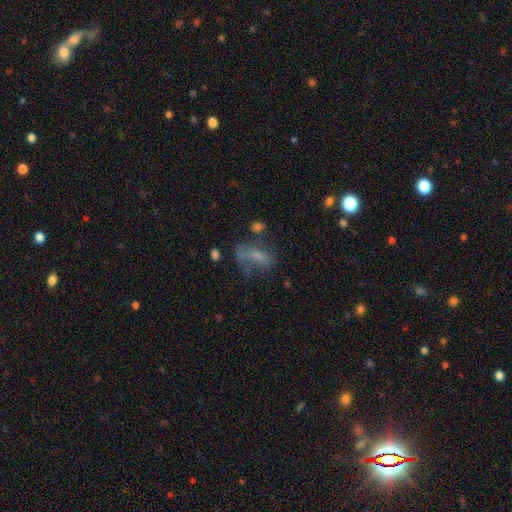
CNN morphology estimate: Smooth or featured? smooth (49%)
Merging? none (36%)